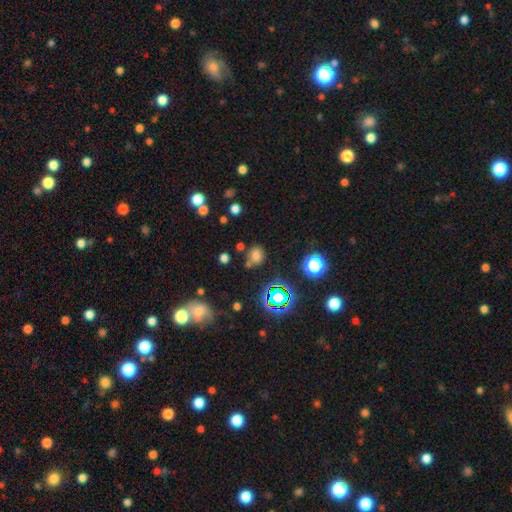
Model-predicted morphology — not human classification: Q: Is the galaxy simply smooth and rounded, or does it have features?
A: smooth — 63%.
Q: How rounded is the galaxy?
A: round — 70%.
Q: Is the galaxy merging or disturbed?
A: none — 67%.